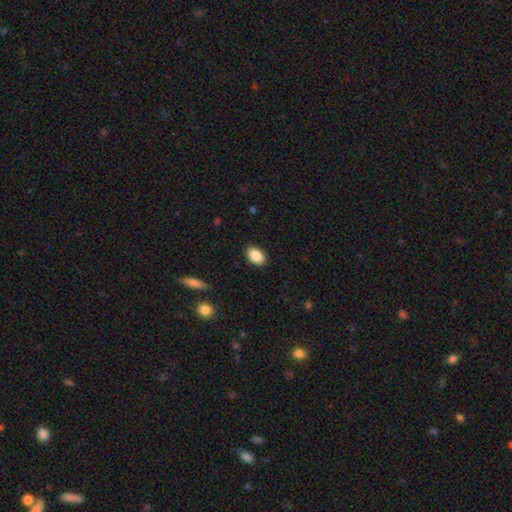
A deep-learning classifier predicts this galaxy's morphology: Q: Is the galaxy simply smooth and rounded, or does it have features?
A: smooth — 88%.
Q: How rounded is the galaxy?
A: in between — 86%.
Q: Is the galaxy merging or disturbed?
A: none — 89%.